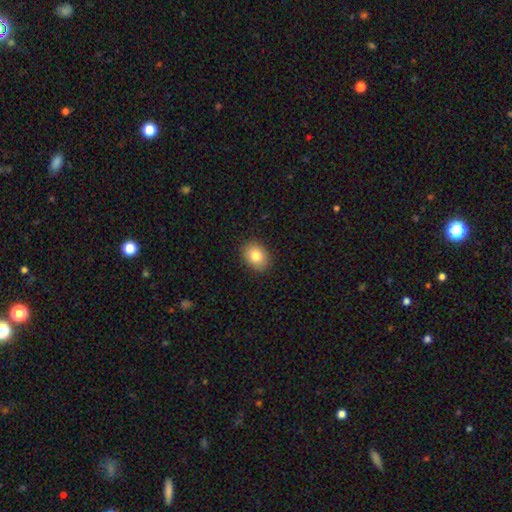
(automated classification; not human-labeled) smooth_or_featured: smooth (p=0.82) [alt: featured or disk p=0.09]
how_rounded: in between (p=0.55) [alt: round p=0.45]
merging: none (p=0.89) [alt: minor disturbance p=0.08]